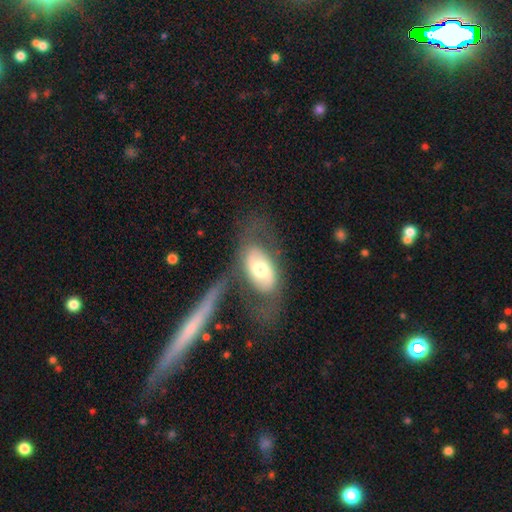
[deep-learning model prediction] Smooth or featured? Predicted: featured or disk (p=0.48). Merging? Predicted: none (p=0.47).